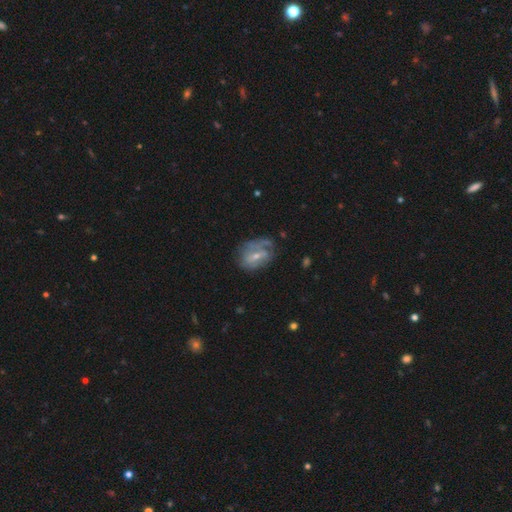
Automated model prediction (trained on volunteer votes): smooth-or-featured: featured or disk: 63% | smooth: 29% | star or artifact: 8%
  disk-edge-on: no: 95% | yes: 5%
    bar: weak: 47% | no: 35% | strong: 18%
    has-spiral-arms: yes: 63% | no: 37%
    bulge-size: small: 53% | moderate: 42% | none: 3% | large: 2% | dominant: 1%
  merging: none: 47% | minor disturbance: 28% | major disturbance: 22% | merger: 3%